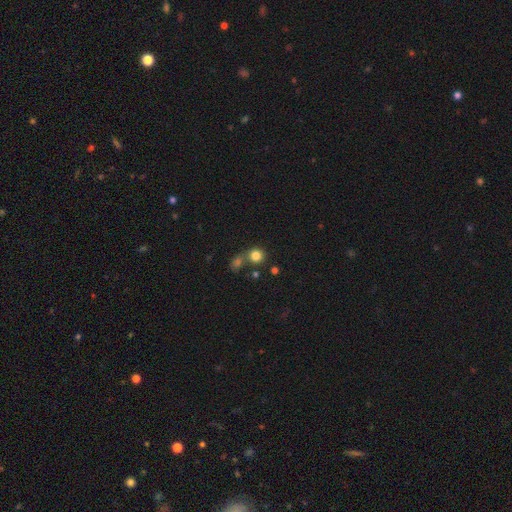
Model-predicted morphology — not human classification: This is clearly a smooth galaxy (80%). How rounded: clearly round (89%). Merging: possibly none (56%).